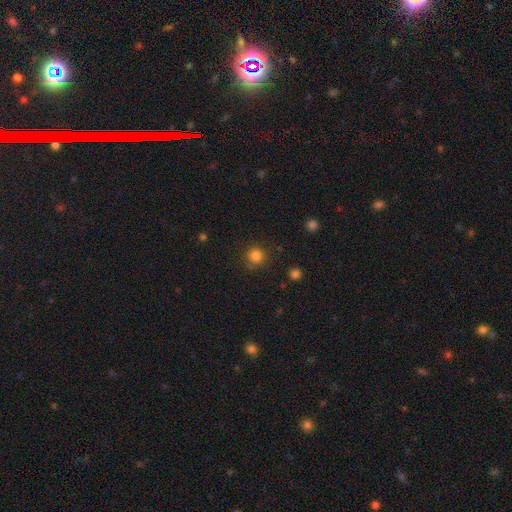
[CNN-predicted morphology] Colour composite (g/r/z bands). It shows a smooth galaxy with no disk features (82%) that is round (90%). Merging: none (82%).